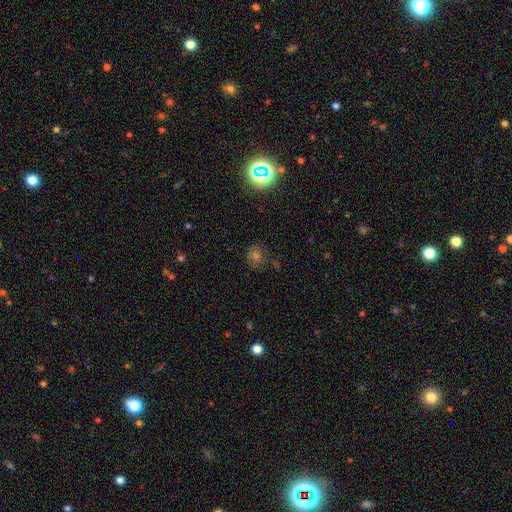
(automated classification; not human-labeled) Smooth or featured?
  - smooth: 45% *
  - star or artifact: 42%
  - featured or disk: 13%
Merging?
  - none: 76% *
  - minor disturbance: 14%
  - major disturbance: 6%
  - merger: 3%